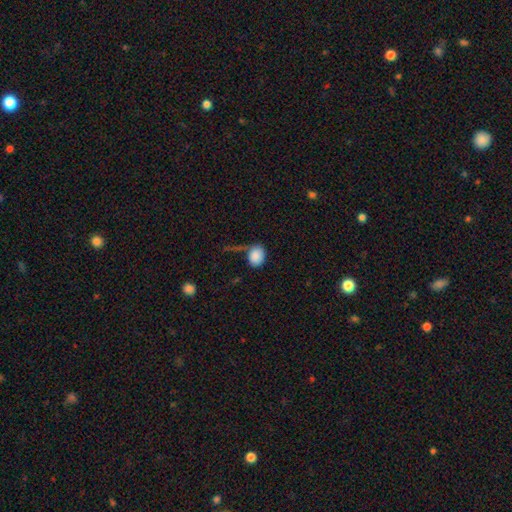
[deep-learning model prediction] Smooth or featured? smooth (86%)
How rounded? in between (57%)
Merging? none (49%)